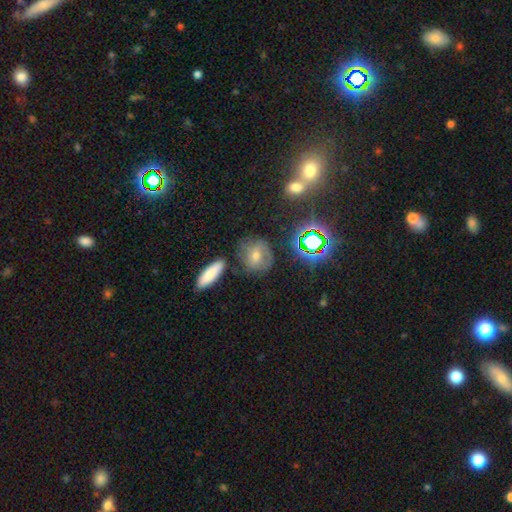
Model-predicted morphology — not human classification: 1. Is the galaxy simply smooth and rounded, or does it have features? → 40% smooth, 35% featured or disk, 24% star or artifact.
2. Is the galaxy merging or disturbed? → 71% none, 17% minor disturbance, 6% major disturbance, 6% merger.